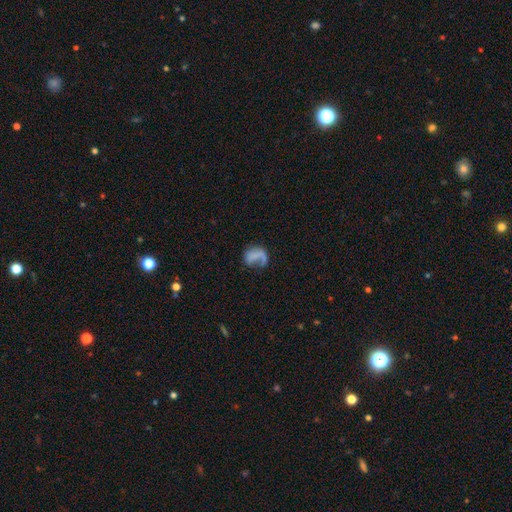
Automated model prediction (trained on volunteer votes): This is possibly a smooth galaxy (51%). How rounded: possibly in between (53%). Merging: marginally major disturbance (40%).